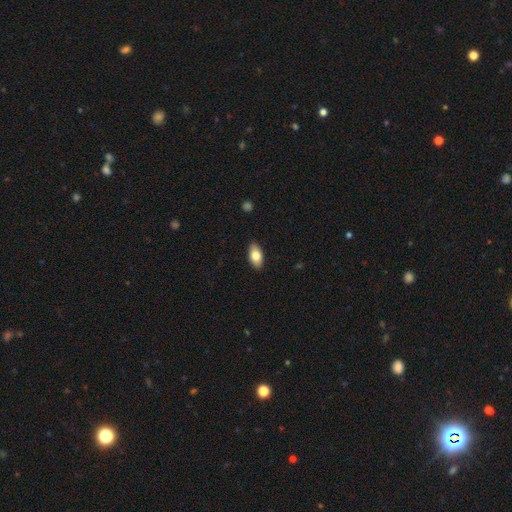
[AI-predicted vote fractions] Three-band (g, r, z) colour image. It shows a smooth galaxy with no disk features (76%) that is in between round and cigar-shaped (91%). Merging: none (88%).